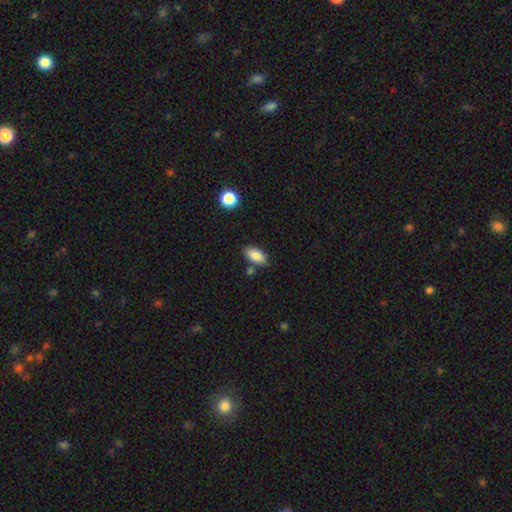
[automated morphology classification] Smooth or featured: smooth — 86% (star or artifact — 7%)
How rounded: in between — 91% (cigar-shaped — 6%)
Merging: none — 76% (minor disturbance — 14%)